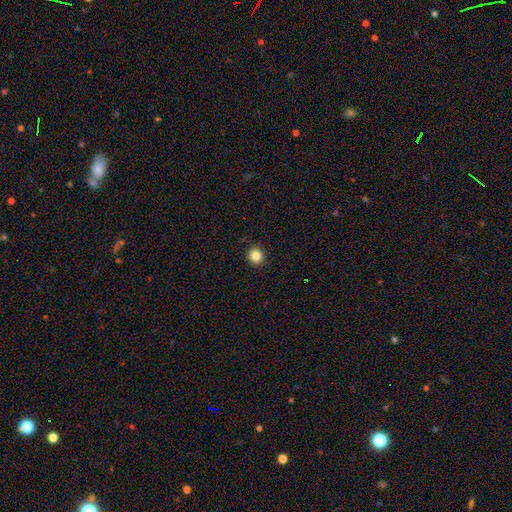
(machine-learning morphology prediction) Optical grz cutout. It shows a smooth galaxy with no disk features (85%) that is round (93%). Merging: none (93%).